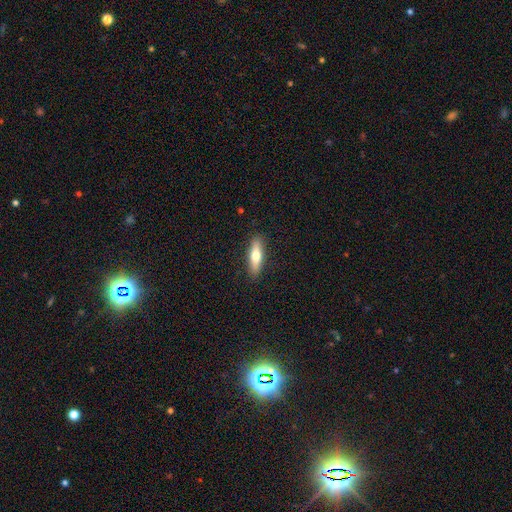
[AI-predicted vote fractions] smooth_or_featured: smooth (p=0.64) [alt: featured or disk p=0.30]
how_rounded: cigar-shaped (p=0.61) [alt: in between p=0.36]
merging: none (p=0.90) [alt: minor disturbance p=0.08]